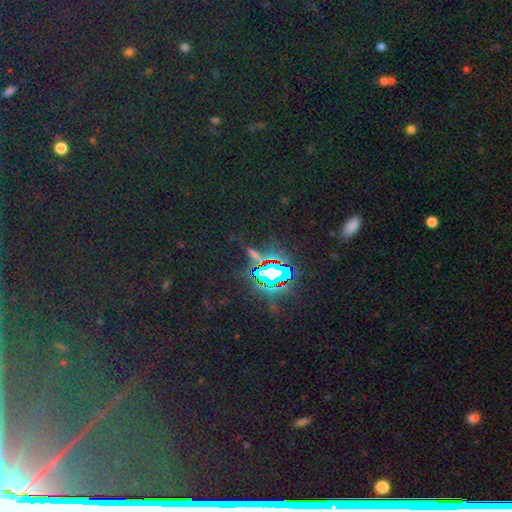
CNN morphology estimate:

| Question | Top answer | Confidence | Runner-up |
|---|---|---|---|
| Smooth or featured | star or artifact | 75% | smooth (14%) |